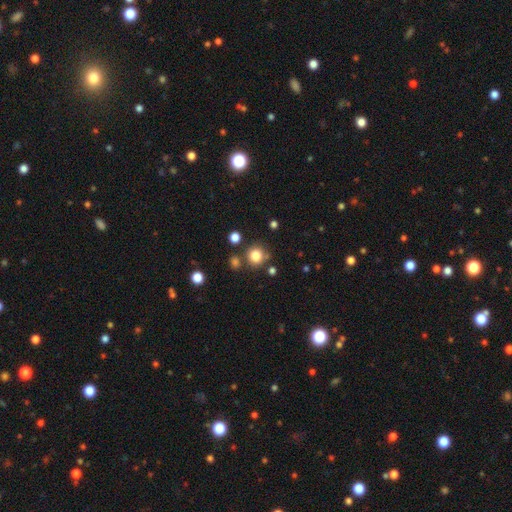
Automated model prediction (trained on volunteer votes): A smooth galaxy with no disk features (82%) that is round (91%). Merging: none (77%).